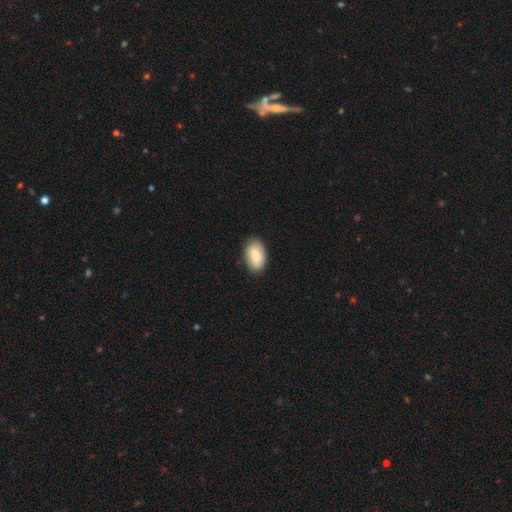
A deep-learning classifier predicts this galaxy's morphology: smooth 72%, featured or disk 22%, star or artifact 6%. Down the decision tree: how rounded — in between (92%); merging — none (84%).